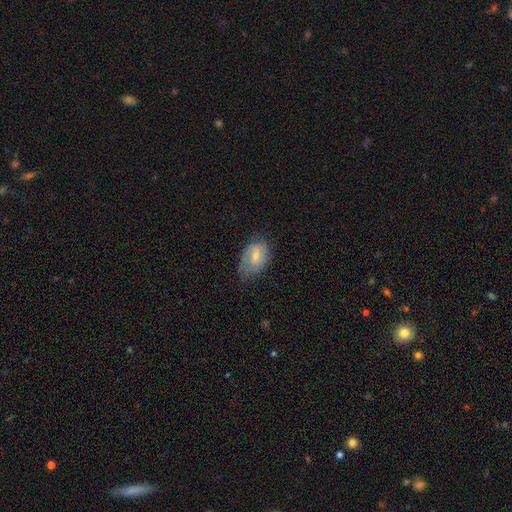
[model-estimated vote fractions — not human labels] smooth_or_featured: smooth (p=0.60) [alt: featured or disk p=0.33]
how_rounded: in between (p=0.88) [alt: round p=0.10]
merging: none (p=0.51) [alt: minor disturbance p=0.36]